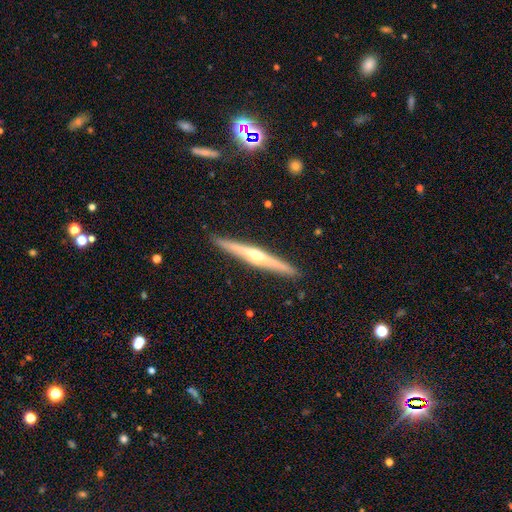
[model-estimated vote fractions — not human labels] featured or disk 73%, smooth 22%, star or artifact 5%. Down the decision tree: edge-on disk — yes (98%); edge-on bulge — rounded (81%); merging — none (91%).